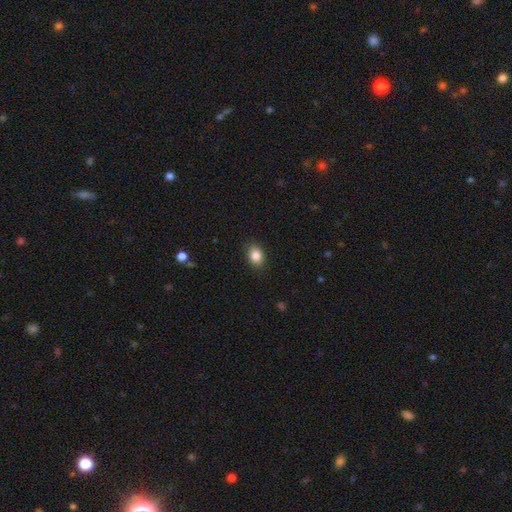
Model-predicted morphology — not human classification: type=smooth (86%); roundness=in between (69%); merging=none (86%).